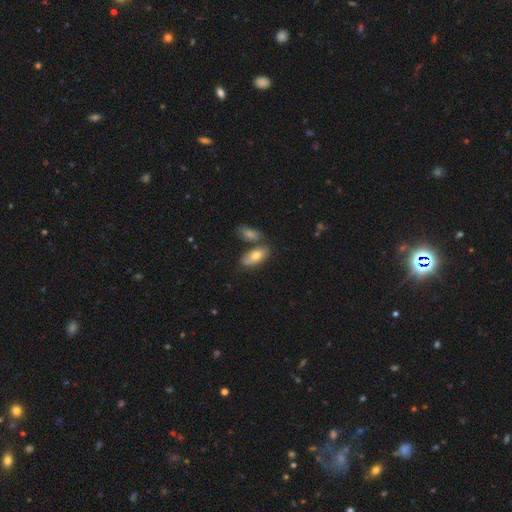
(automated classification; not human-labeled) smooth-or-featured: smooth: 73% | featured or disk: 21% | star or artifact: 6%
  how-rounded: in between: 87% | cigar-shaped: 10% | round: 3%
  merging: none: 59% | merger: 23% | minor disturbance: 14% | major disturbance: 4%